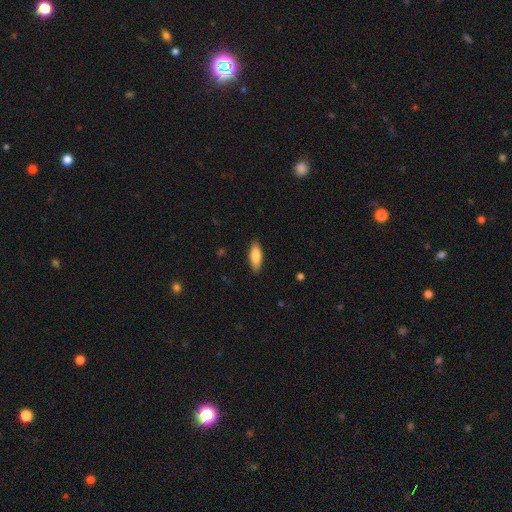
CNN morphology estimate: Smooth or featured?
  - smooth: 83% *
  - featured or disk: 11%
  - star or artifact: 6%
How rounded?
  - in between: 71% *
  - cigar-shaped: 27%
  - round: 2%
Merging?
  - none: 86% *
  - minor disturbance: 10%
  - major disturbance: 2%
  - merger: 1%